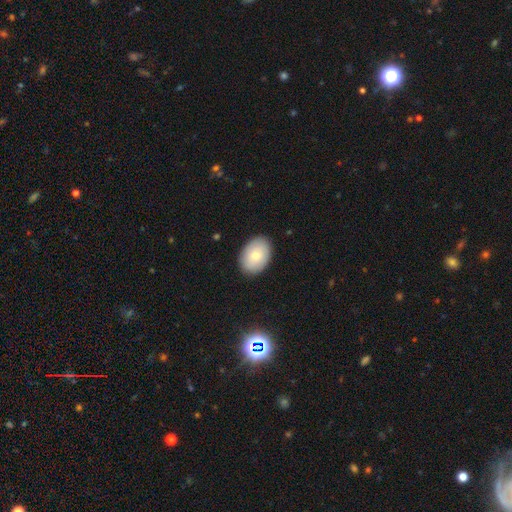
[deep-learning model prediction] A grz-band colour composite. It shows a smooth galaxy with no disk features (76%) that is in between round and cigar-shaped (80%). Merging: none (88%).